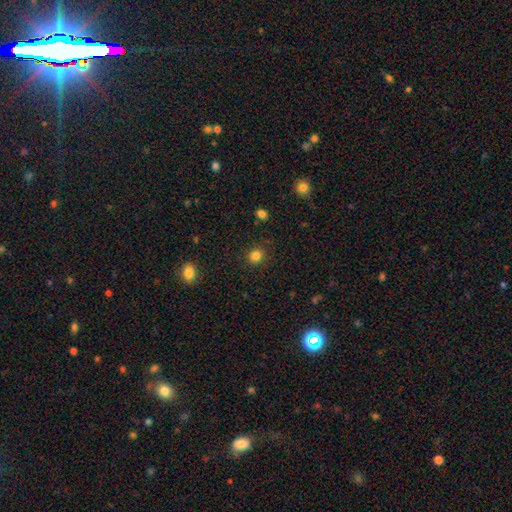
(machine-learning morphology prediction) Overall: smooth (83%). How rounded: round (81%). Merging: none (88%).